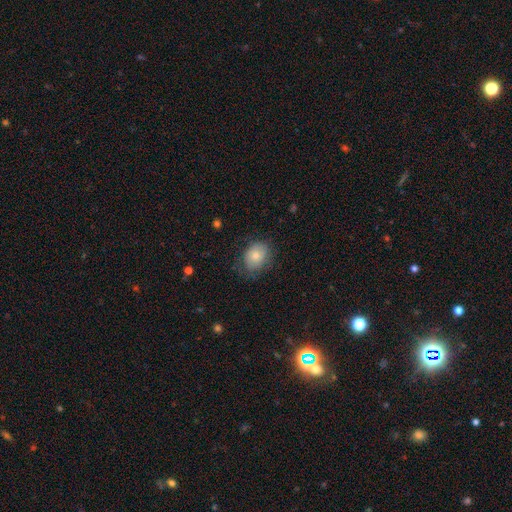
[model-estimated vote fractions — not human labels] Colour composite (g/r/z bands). It shows a smooth galaxy with no disk features (78%) that is in between round and cigar-shaped (56%). Merging: none (66%).